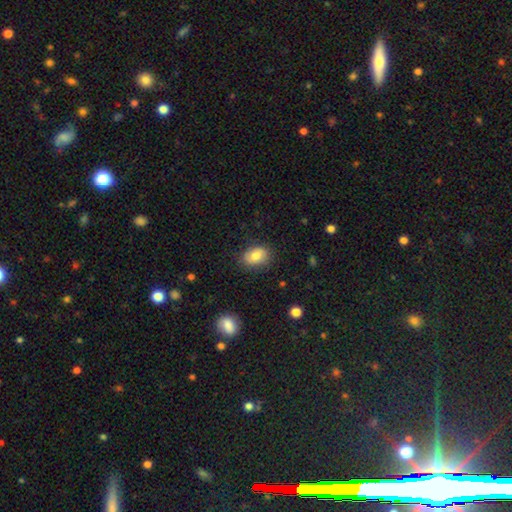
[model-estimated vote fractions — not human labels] A smooth galaxy with no disk features (79%) that is in between round and cigar-shaped (83%). Merging: none (80%).